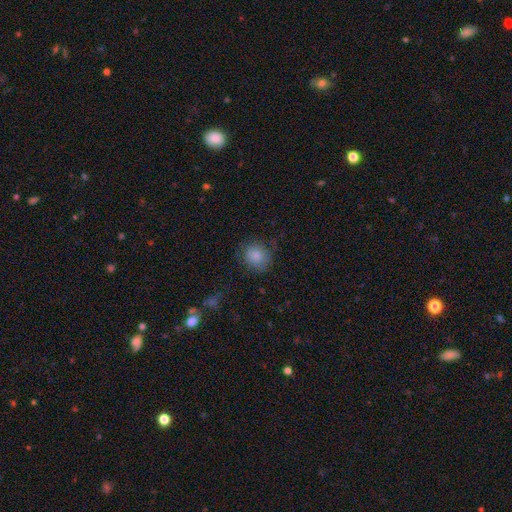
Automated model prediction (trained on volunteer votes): Smooth or featured: smooth — 83% (featured or disk — 9%)
How rounded: round — 83% (in between — 16%)
Merging: none — 71% (minor disturbance — 20%)